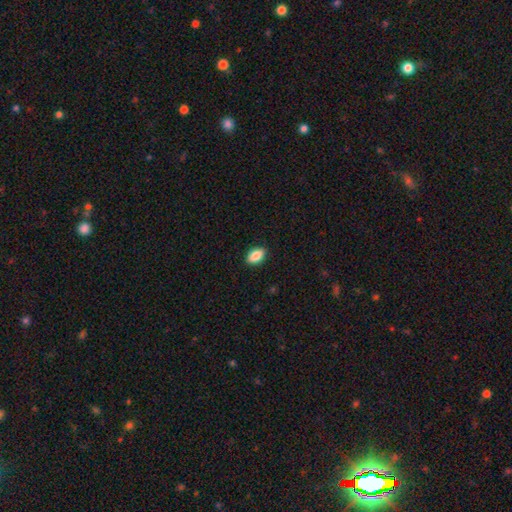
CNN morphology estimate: Smooth or featured?
  - smooth: 85% *
  - star or artifact: 7%
  - featured or disk: 7%
How rounded?
  - in between: 90% *
  - round: 7%
  - cigar-shaped: 3%
Merging?
  - none: 89% *
  - minor disturbance: 8%
  - major disturbance: 2%
  - merger: 1%